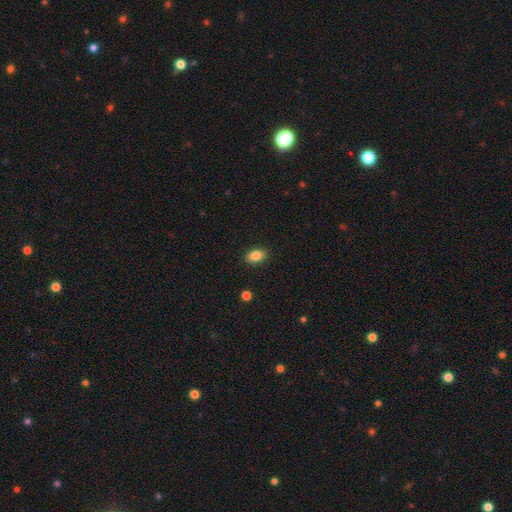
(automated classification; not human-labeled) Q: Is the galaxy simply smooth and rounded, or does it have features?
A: smooth — 86%.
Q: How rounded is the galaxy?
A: in between — 83%.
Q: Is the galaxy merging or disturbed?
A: none — 89%.